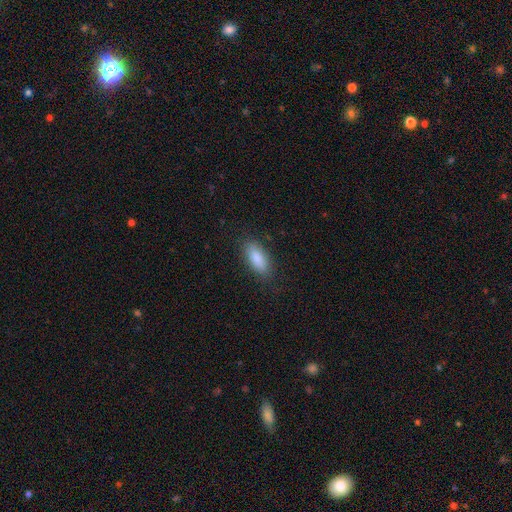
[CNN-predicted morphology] smooth-or-featured: smooth: 86% | featured or disk: 7% | star or artifact: 7%
  how-rounded: in between: 80% | cigar-shaped: 18% | round: 2%
  merging: none: 85% | minor disturbance: 11% | major disturbance: 3% | merger: 1%